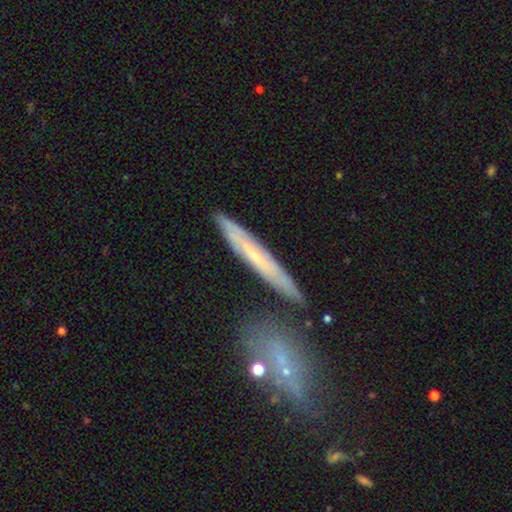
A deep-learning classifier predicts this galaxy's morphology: type=featured or disk (51%); edge-on=yes (77%); merging=none (79%).